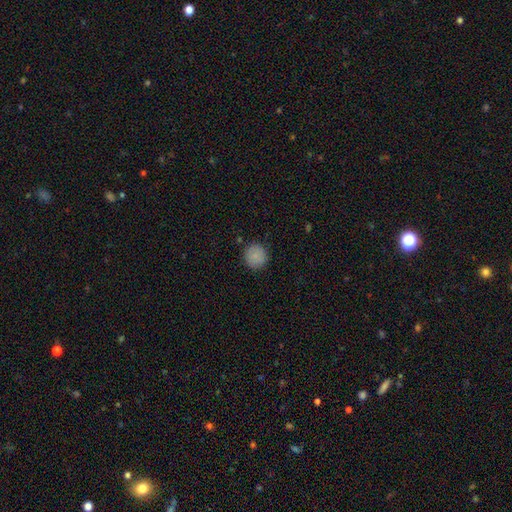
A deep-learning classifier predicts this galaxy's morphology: Smooth or featured? Predicted: smooth (p=0.86). How rounded? Predicted: round (p=0.92). Merging? Predicted: none (p=0.88).